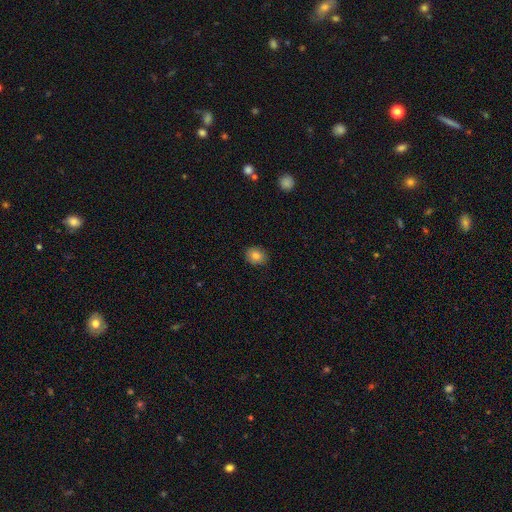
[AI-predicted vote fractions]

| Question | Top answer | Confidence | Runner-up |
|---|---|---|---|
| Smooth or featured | smooth | 81% | star or artifact (9%) |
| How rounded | round | 61% | in between (38%) |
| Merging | none | 88% | minor disturbance (9%) |